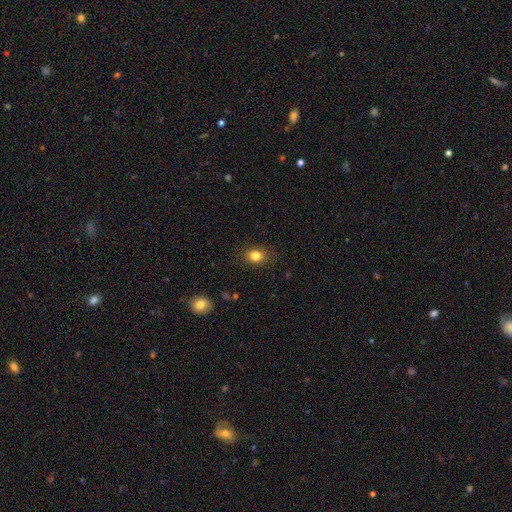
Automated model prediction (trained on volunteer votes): Smooth or featured?
  - smooth: 82% *
  - star or artifact: 11%
  - featured or disk: 7%
How rounded?
  - in between: 52% *
  - round: 46%
  - cigar-shaped: 1%
Merging?
  - none: 84% *
  - minor disturbance: 12%
  - major disturbance: 3%
  - merger: 1%